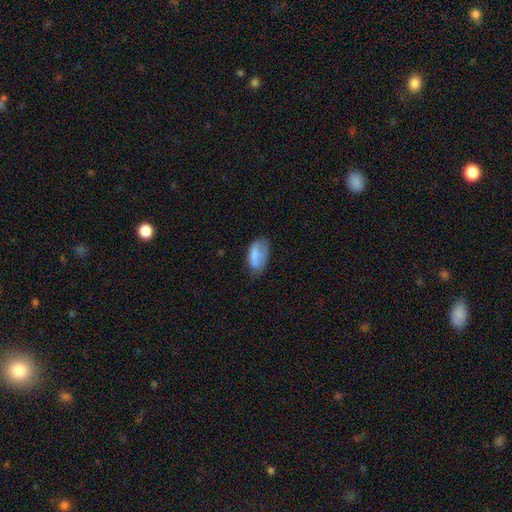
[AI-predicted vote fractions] Smooth or featured? smooth (74%)
How rounded? in between (93%)
Merging? none (49%)